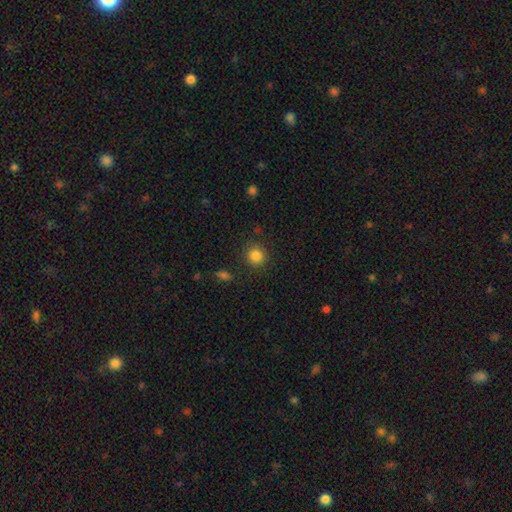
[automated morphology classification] This appears to be a smooth galaxy with no disk features (85%) that is round (91%). Merging: none (88%).